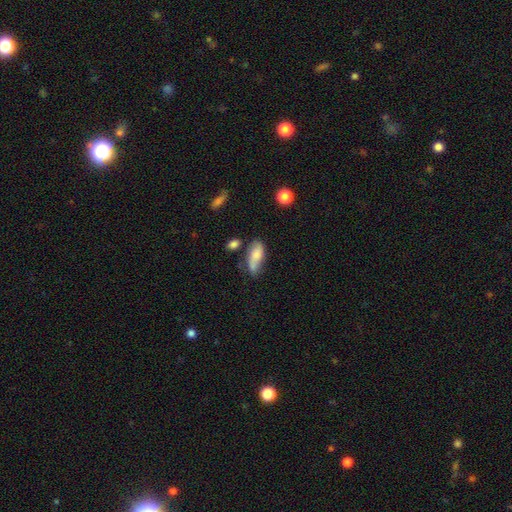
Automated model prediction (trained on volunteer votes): smooth 68%, featured or disk 24%, star or artifact 8%. Down the decision tree: how rounded — in between (82%); merging — none (47%).